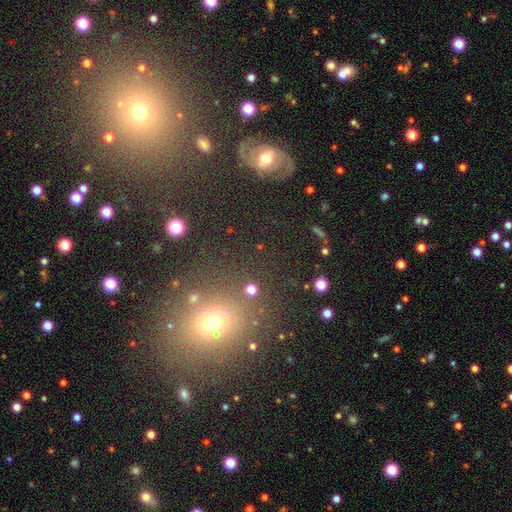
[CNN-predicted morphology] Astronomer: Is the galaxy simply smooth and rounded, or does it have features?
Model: star or artifact — 47% (runner-up: smooth, 43%).